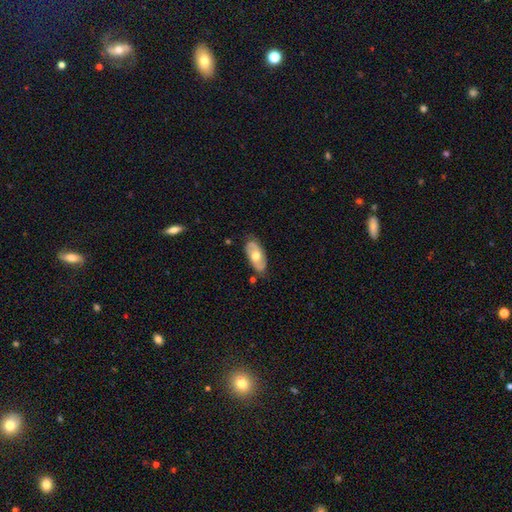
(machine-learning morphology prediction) Smooth or featured? Predicted: featured or disk (p=0.53). Edge-on disk? Predicted: no (p=0.87). Merging? Predicted: none (p=0.78).